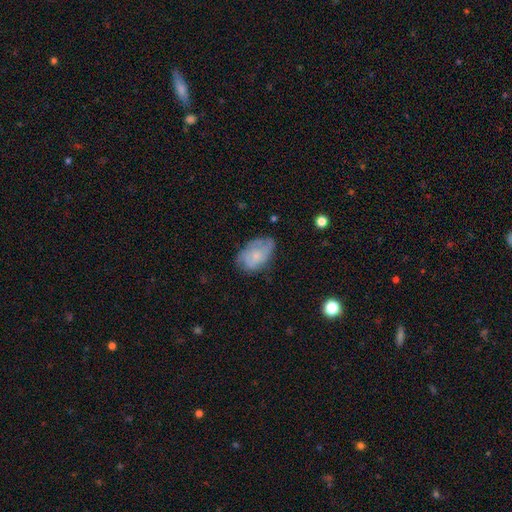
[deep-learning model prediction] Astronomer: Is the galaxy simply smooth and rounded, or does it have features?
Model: featured or disk — 50% (runner-up: smooth, 42%).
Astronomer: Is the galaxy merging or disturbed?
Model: none — 57%.